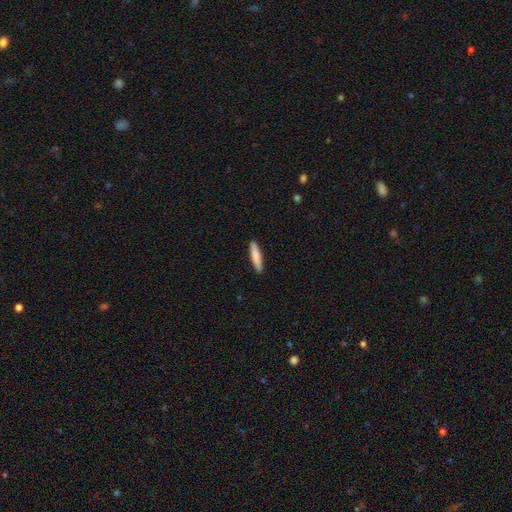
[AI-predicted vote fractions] This appears to be a smooth galaxy with no disk features (81%) that is cigar-shaped (87%). Merging: none (90%).